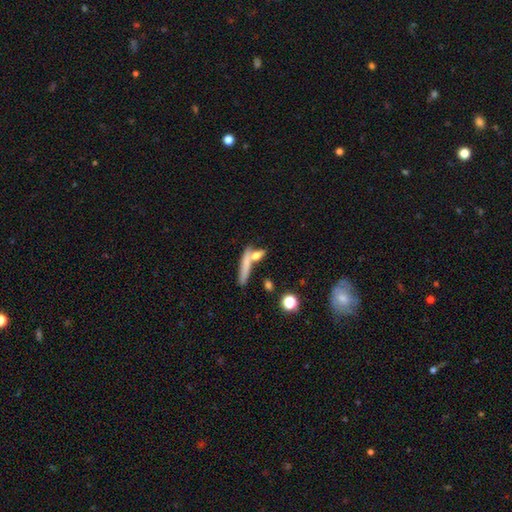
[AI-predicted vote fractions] This is likely a smooth galaxy (65%). How rounded: likely cigar-shaped (67%). Merging: possibly none (50%).